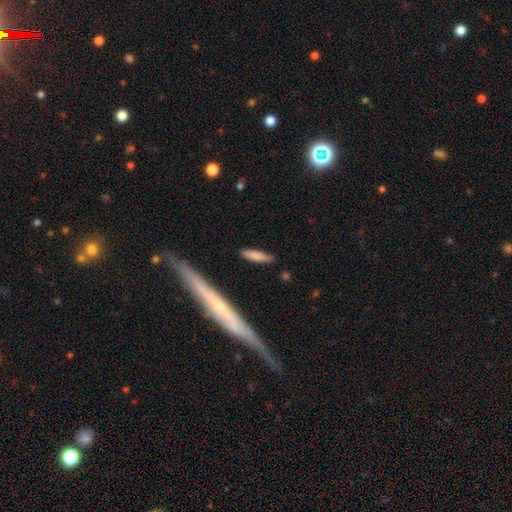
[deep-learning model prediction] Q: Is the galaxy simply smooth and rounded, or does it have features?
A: smooth — 78%.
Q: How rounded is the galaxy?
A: cigar-shaped — 68%.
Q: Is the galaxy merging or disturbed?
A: none — 84%.